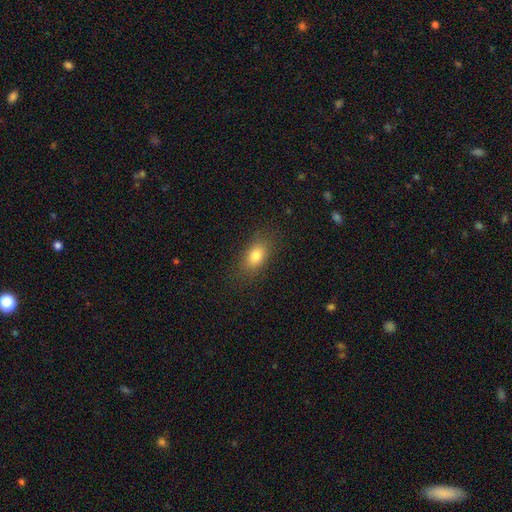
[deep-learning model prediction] A smooth galaxy with no disk features (80%) that is in between round and cigar-shaped (83%). Merging: none (83%).